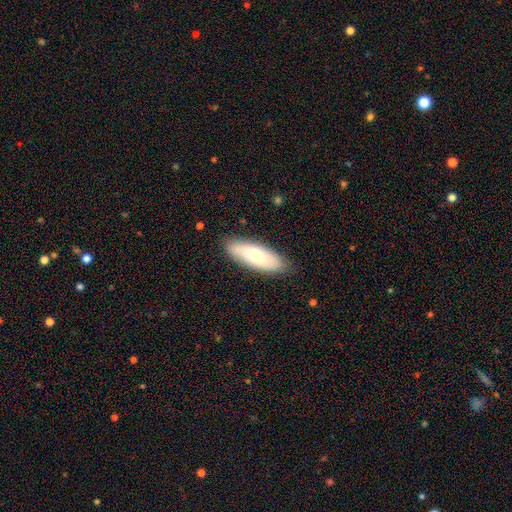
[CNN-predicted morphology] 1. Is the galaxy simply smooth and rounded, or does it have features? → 67% smooth, 28% featured or disk, 6% star or artifact.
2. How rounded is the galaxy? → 66% in between, 32% cigar-shaped, 2% round.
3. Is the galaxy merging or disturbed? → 84% none, 12% minor disturbance, 2% major disturbance, 1% merger.